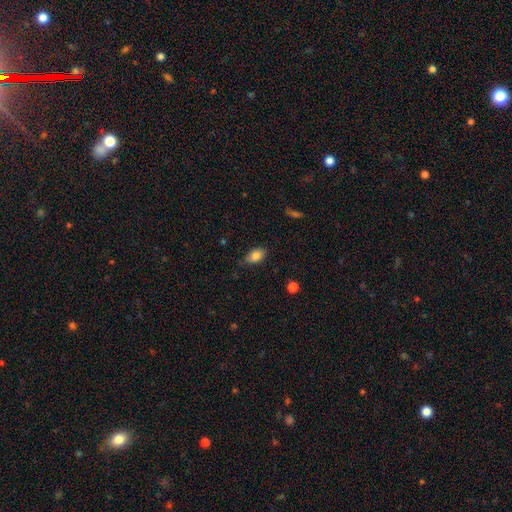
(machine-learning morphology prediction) This is clearly a smooth galaxy (84%). How rounded: clearly in between (89%). Merging: likely none (76%).